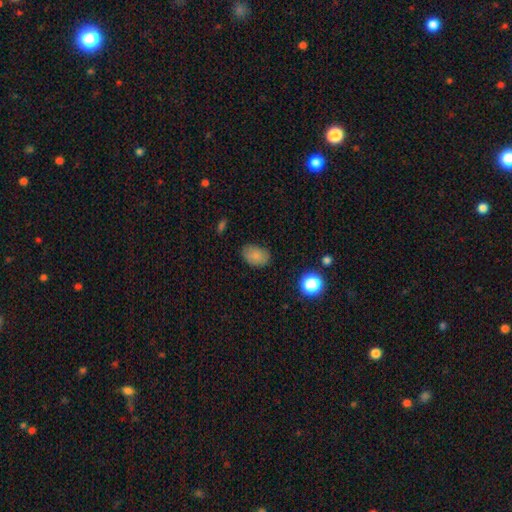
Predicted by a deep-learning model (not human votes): This appears to be a smooth galaxy with no disk features (83%) that is in between round and cigar-shaped (80%). Merging: none (77%).